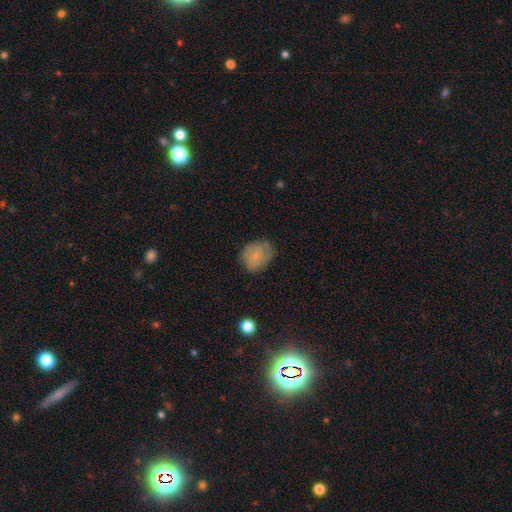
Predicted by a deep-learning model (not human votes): A smooth galaxy with no disk features (65%) that is round (55%).

Vote fractions:
- Smooth or featured? smooth: 65% / featured or disk: 26% / star or artifact: 9%
- How rounded? round: 55% / in between: 44% / cigar-shaped: 1%
- Merging? none: 65% / minor disturbance: 26% / major disturbance: 8% / merger: 1%